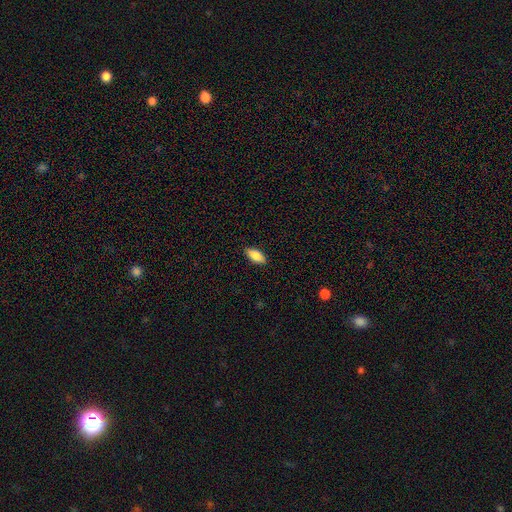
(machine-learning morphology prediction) Smooth or featured? Predicted: smooth (p=0.87). How rounded? Predicted: in between (p=0.88). Merging? Predicted: none (p=0.88).